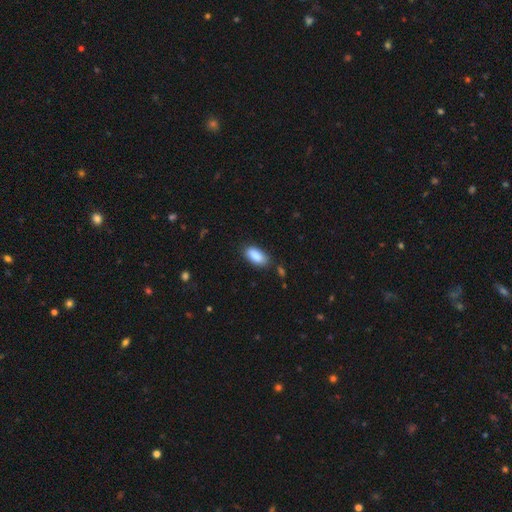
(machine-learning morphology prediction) The model was most divided on "merging": none: 80%, minor disturbance: 14%, major disturbance: 3%, merger: 3%. More confident: how rounded — in between (90%); smooth or featured — smooth (89%).